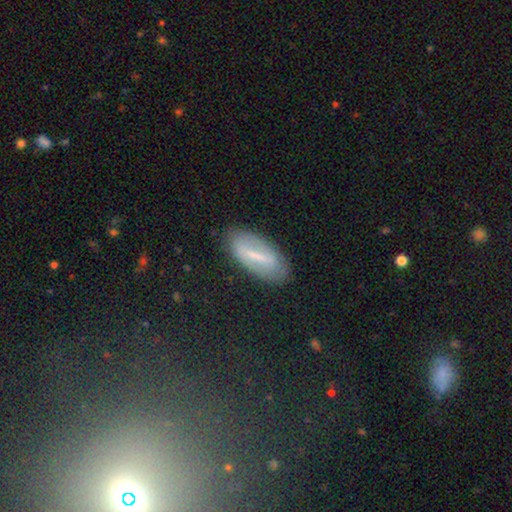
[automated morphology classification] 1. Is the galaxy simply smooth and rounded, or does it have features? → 53% featured or disk, 38% smooth, 9% star or artifact.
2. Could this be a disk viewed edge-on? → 82% no, 18% yes.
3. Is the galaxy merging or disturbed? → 83% none, 12% minor disturbance, 3% major disturbance, 1% merger.